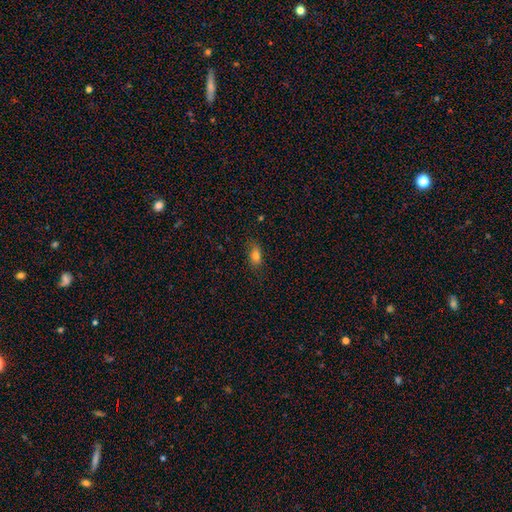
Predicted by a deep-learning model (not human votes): This appears to be a smooth galaxy with no disk features (81%) that is in between round and cigar-shaped (83%). Merging: none (78%).